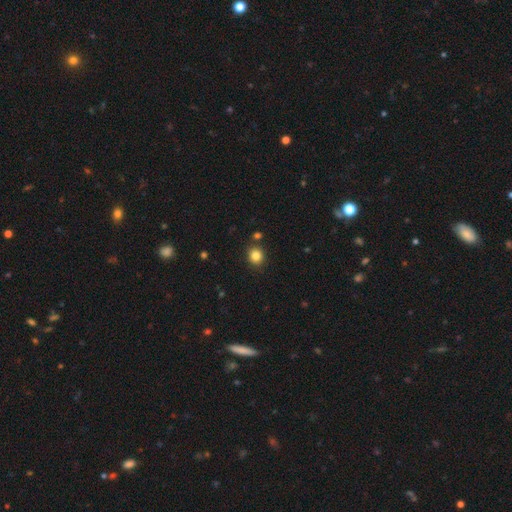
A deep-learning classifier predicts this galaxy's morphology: Q: Smooth or featured?
A: smooth (83%); runner-up: star or artifact (11%)
Q: How rounded?
A: round (80%); runner-up: in between (19%)
Q: Merging?
A: none (84%); runner-up: minor disturbance (8%)